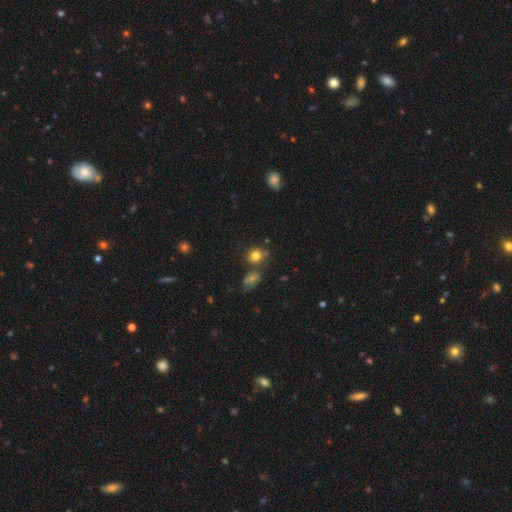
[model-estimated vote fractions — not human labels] Q: Smooth or featured?
A: smooth (79%); runner-up: star or artifact (13%)
Q: How rounded?
A: round (82%); runner-up: in between (17%)
Q: Merging?
A: none (68%); runner-up: minor disturbance (14%)